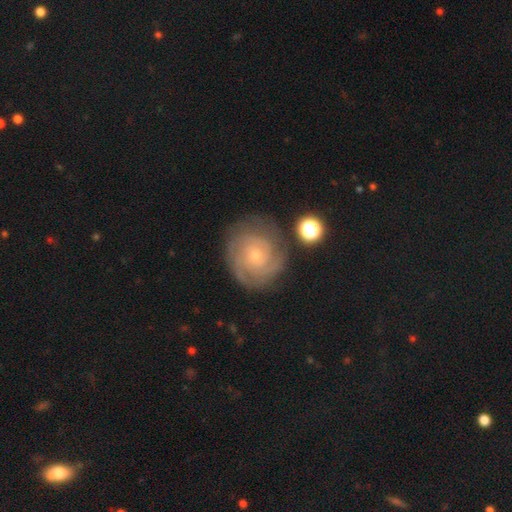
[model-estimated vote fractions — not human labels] The model was most divided on "spiral arm count": can't tell: 29%, 3: 26%, 2: 19%, 4: 14%, more than 4: 6%, 1: 6%. More confident: edge-on disk — no (98%); spiral arms — yes (95%); smooth or featured — featured or disk (81%); bulge size — small (80%); bar — no (80%); merging — none (74%); spiral winding — tight (74%).